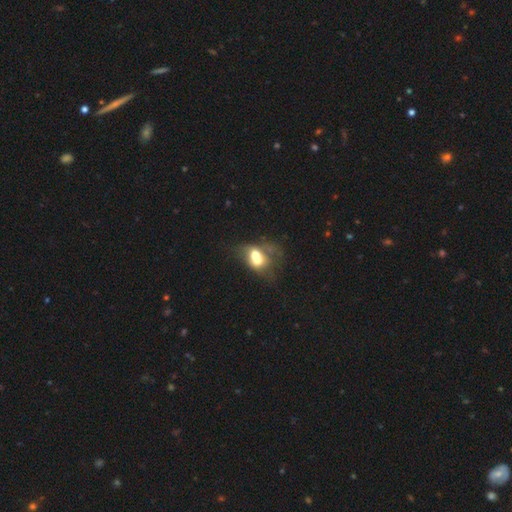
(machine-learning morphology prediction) smooth_or_featured: smooth (p=0.53) [alt: featured or disk p=0.36]
how_rounded: in between (p=0.67) [alt: round p=0.31]
merging: merger (p=0.62) [alt: none p=0.16]